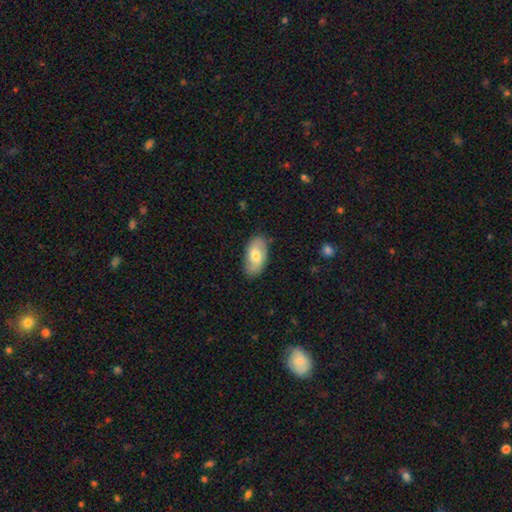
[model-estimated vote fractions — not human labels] Smooth or featured: smooth — 63% (featured or disk — 31%)
How rounded: in between — 94% (round — 4%)
Merging: none — 78% (minor disturbance — 17%)